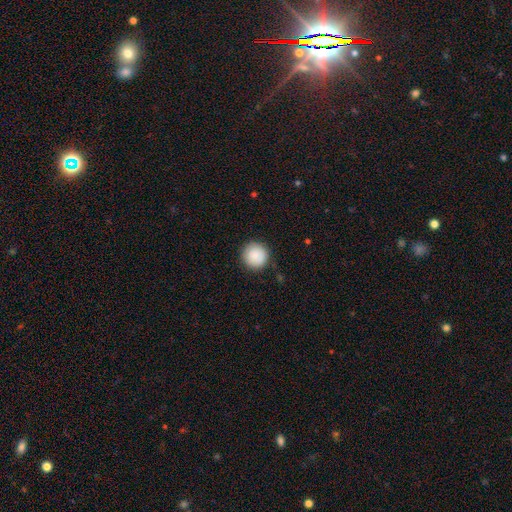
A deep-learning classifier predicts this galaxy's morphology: type=smooth (89%); roundness=round (96%); merging=none (90%).